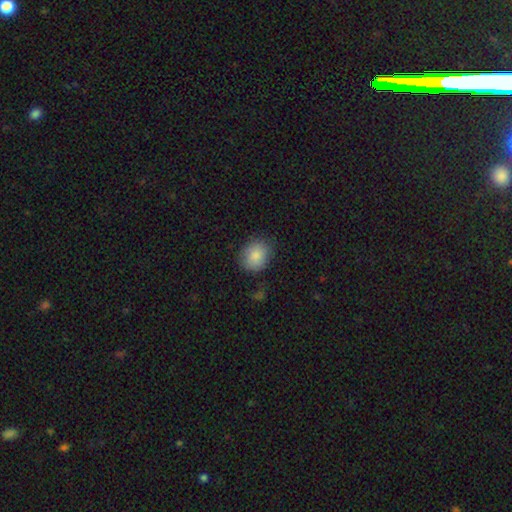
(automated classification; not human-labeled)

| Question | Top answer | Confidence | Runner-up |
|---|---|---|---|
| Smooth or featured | smooth | 86% | star or artifact (8%) |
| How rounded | round | 66% | in between (33%) |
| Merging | none | 79% | minor disturbance (16%) |